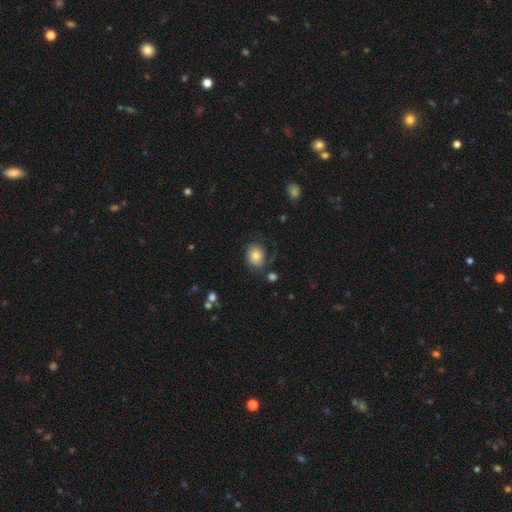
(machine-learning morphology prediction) smooth_or_featured: smooth (p=0.73) [alt: featured or disk p=0.18]
how_rounded: round (p=0.58) [alt: in between p=0.41]
merging: none (p=0.60) [alt: minor disturbance p=0.22]